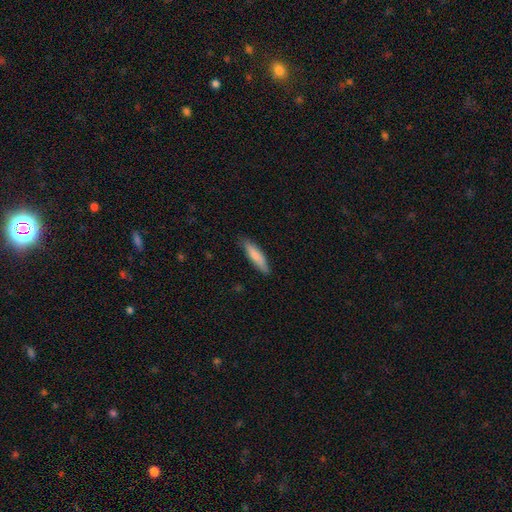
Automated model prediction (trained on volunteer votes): Q: Smooth or featured?
A: smooth (81%); runner-up: featured or disk (14%)
Q: How rounded?
A: cigar-shaped (74%); runner-up: in between (25%)
Q: Merging?
A: none (83%); runner-up: minor disturbance (14%)